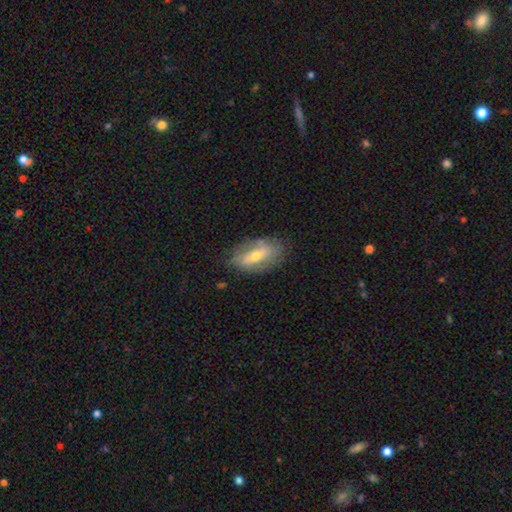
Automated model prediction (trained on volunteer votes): Smooth or featured? featured or disk (52%)
Edge-on disk? no (80%)
Merging? none (72%)